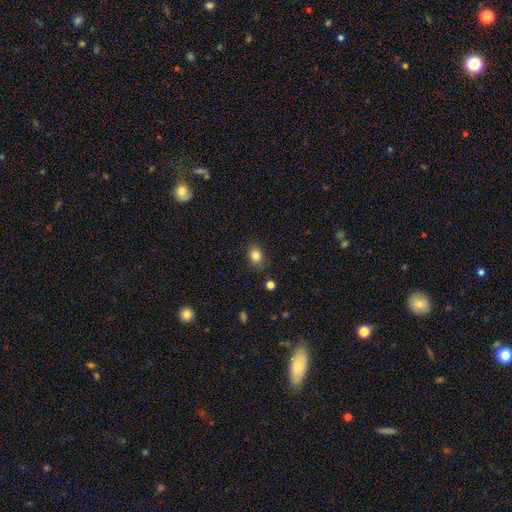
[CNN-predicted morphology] A smooth galaxy with no disk features (83%) that is in between round and cigar-shaped (61%).

Vote fractions:
- Smooth or featured? smooth: 83% / star or artifact: 10% / featured or disk: 7%
- How rounded? in between: 61% / round: 38% / cigar-shaped: 1%
- Merging? none: 83% / minor disturbance: 12% / major disturbance: 3% / merger: 2%